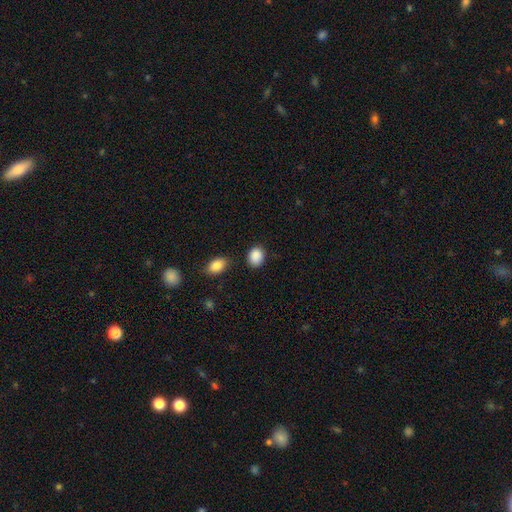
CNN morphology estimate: A smooth galaxy with no disk features (89%) that is in between round and cigar-shaped (54%). Merging: none (78%).